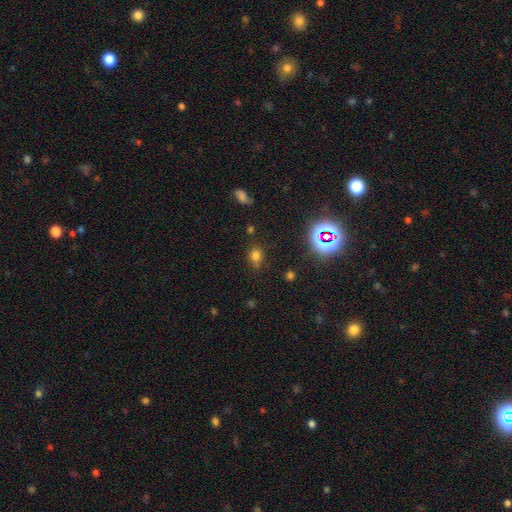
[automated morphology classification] type=smooth (69%); roundness=round (49%, tied with in between); merging=none (71%).